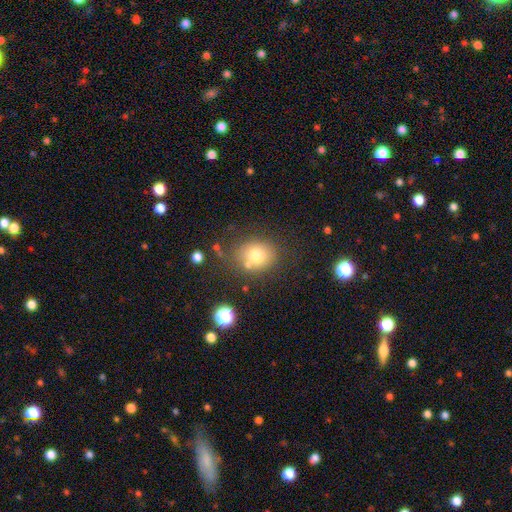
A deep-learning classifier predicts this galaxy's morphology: Overall: smooth (74%). How rounded: round (63%; in between 36%). Merging: none (68%).